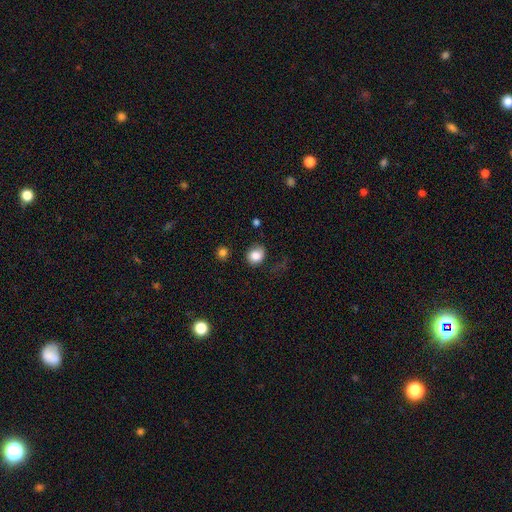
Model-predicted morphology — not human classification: Smooth or featured?
  - smooth: 84% *
  - star or artifact: 9%
  - featured or disk: 6%
How rounded?
  - round: 71% *
  - in between: 28%
  - cigar-shaped: 1%
Merging?
  - none: 62% *
  - minor disturbance: 25%
  - major disturbance: 10%
  - merger: 3%